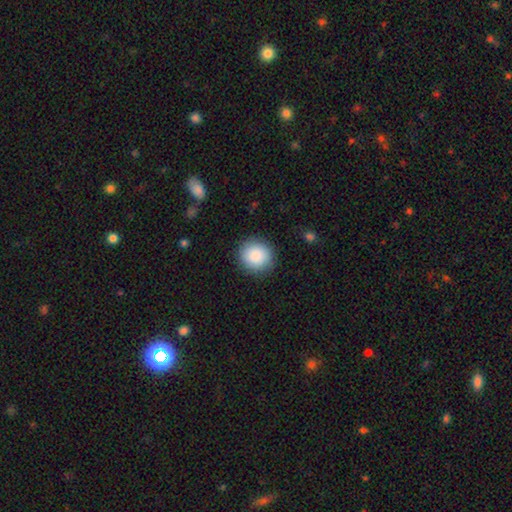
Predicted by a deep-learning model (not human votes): Smooth or featured? Predicted: smooth (p=0.88). How rounded? Predicted: round (p=0.91). Merging? Predicted: none (p=0.89).